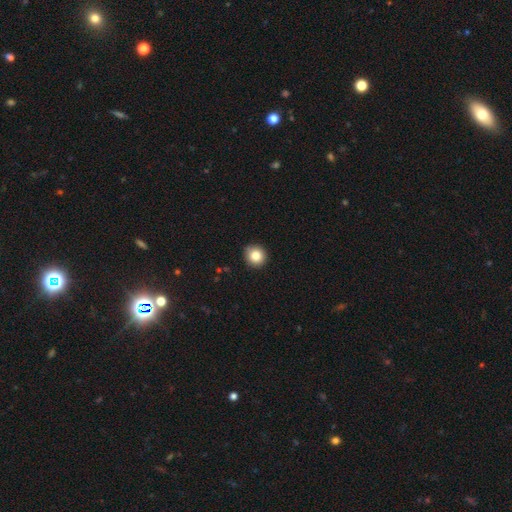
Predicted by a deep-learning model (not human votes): Smooth or featured? Predicted: smooth (p=0.83). How rounded? Predicted: round (p=0.91). Merging? Predicted: none (p=0.90).